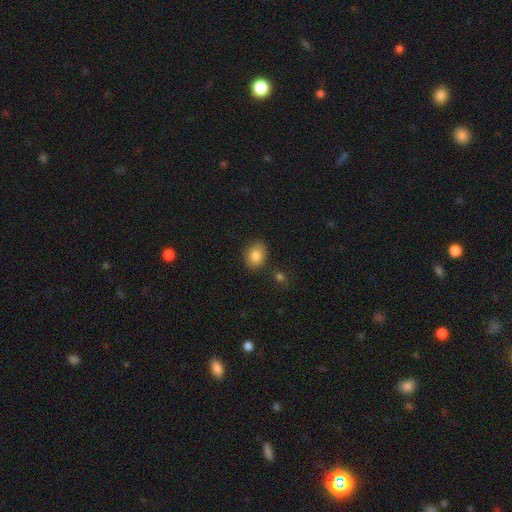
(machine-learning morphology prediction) Smooth or featured? smooth (86%)
How rounded? in between (58%)
Merging? none (81%)